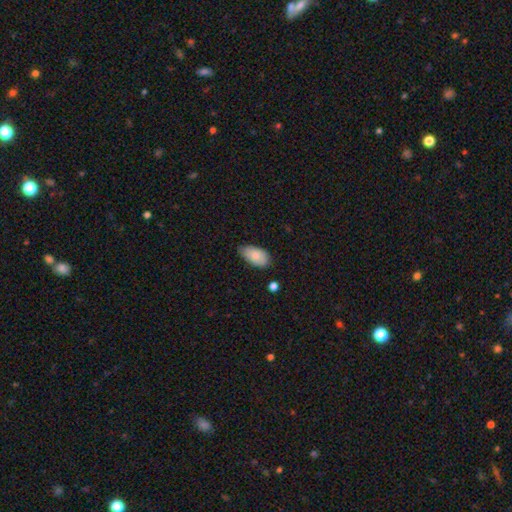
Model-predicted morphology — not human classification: Smooth or featured: smooth — 82% (featured or disk — 11%)
How rounded: in between — 95% (round — 3%)
Merging: none — 69% (minor disturbance — 26%)